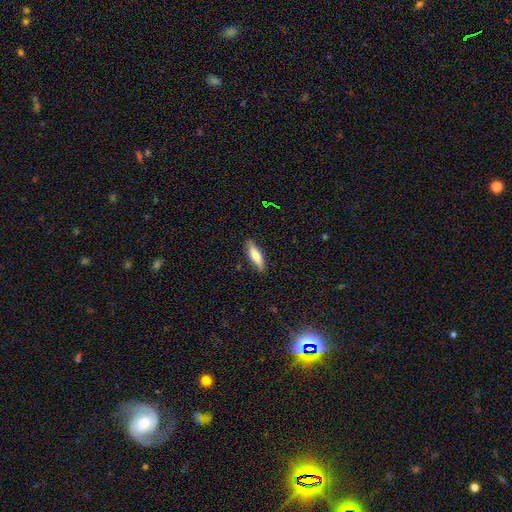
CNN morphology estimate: smooth 76%, featured or disk 19%, star or artifact 6%. Down the decision tree: how rounded — cigar-shaped (53%); merging — none (87%).